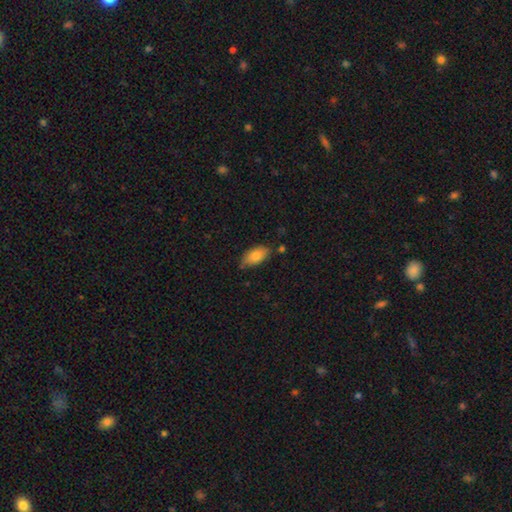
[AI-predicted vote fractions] smooth_or_featured: smooth (p=0.81) [alt: featured or disk p=0.12]
how_rounded: in between (p=0.92) [alt: cigar-shaped p=0.05]
merging: none (p=0.71) [alt: minor disturbance p=0.22]